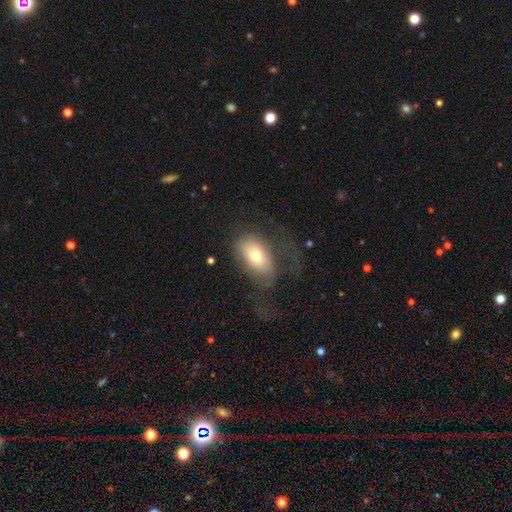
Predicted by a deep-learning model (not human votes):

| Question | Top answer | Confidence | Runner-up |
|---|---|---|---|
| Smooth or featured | smooth | 64% | featured or disk (28%) |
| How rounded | in between | 90% | round (8%) |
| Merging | none | 43% | major disturbance (34%) |